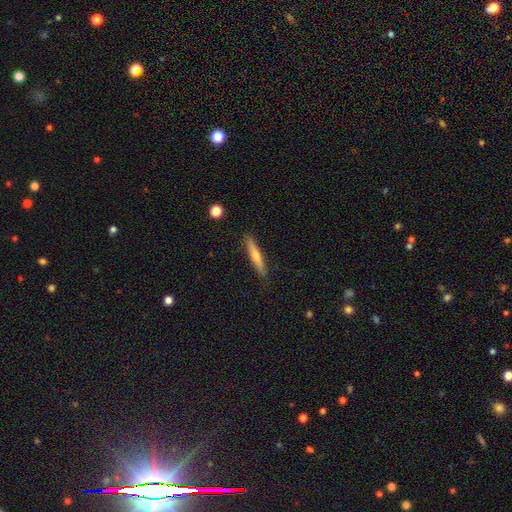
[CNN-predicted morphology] Smooth or featured?
  - smooth: 52% *
  - featured or disk: 42%
  - star or artifact: 6%
How rounded?
  - cigar-shaped: 91% *
  - in between: 7%
  - round: 2%
Merging?
  - none: 88% *
  - minor disturbance: 9%
  - major disturbance: 2%
  - merger: 1%